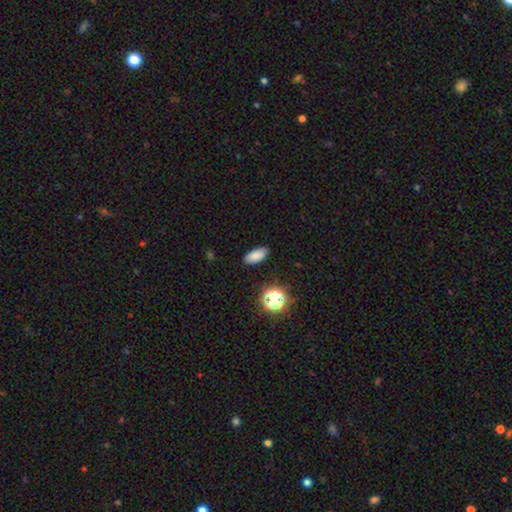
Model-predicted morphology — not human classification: Q: Smooth or featured?
A: smooth (82%); runner-up: star or artifact (13%)
Q: How rounded?
A: in between (88%); runner-up: cigar-shaped (8%)
Q: Merging?
A: none (88%); runner-up: minor disturbance (8%)